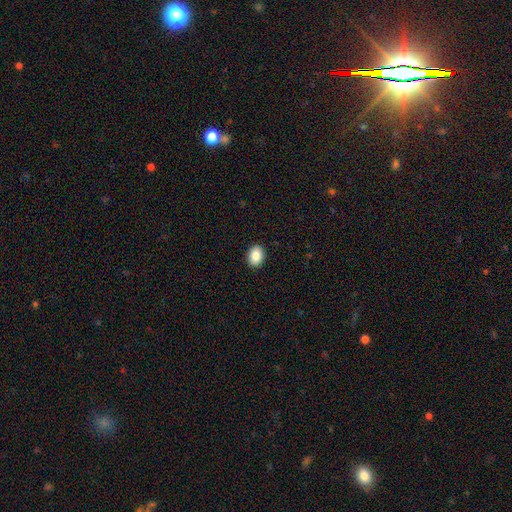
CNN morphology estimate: Smooth or featured: smooth — 87% (star or artifact — 8%)
How rounded: in between — 70% (round — 29%)
Merging: none — 91% (minor disturbance — 6%)